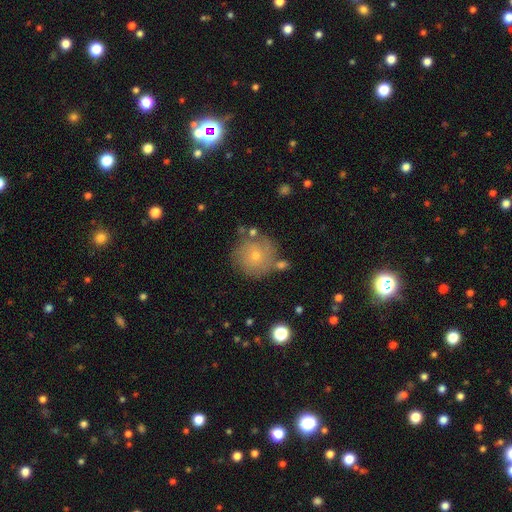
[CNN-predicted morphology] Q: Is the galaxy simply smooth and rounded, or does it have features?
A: smooth — 55%.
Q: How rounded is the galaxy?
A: round — 93%.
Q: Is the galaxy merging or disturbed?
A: none — 69%.